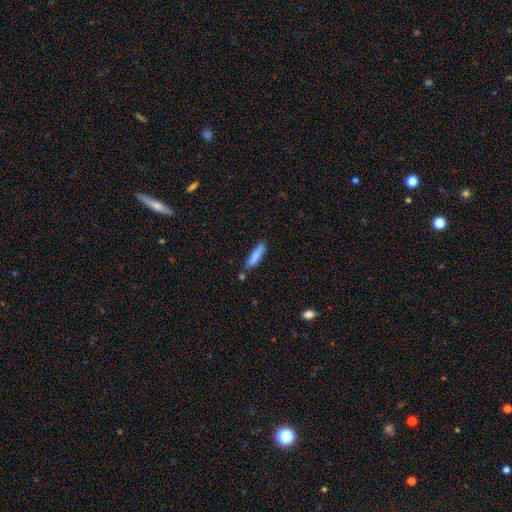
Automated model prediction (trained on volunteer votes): smooth_or_featured: smooth (p=0.84) [alt: featured or disk p=0.10]
how_rounded: cigar-shaped (p=0.79) [alt: in between p=0.20]
merging: none (p=0.70) [alt: minor disturbance p=0.19]